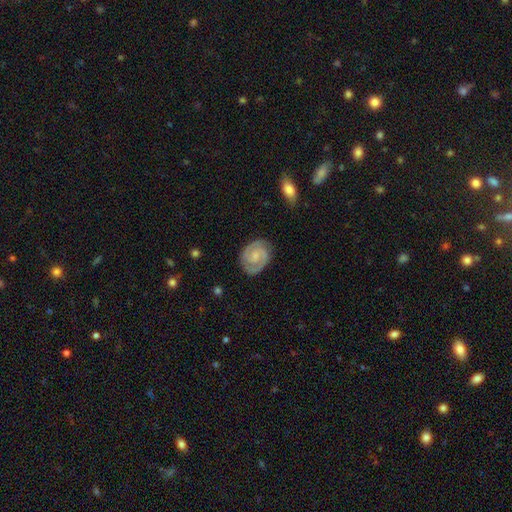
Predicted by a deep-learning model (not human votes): A featured or disk galaxy (84%) with no bar (53%), 2 (90%) tight (59%) spiral arms (97%) and a small central bulge (41%).

Vote fractions:
- Smooth or featured? featured or disk: 84% / smooth: 11% / star or artifact: 5%
- Edge-on disk? no: 98% / yes: 2%
- Bar? no: 53% / weak: 39% / strong: 8%
- Spiral arms? yes: 97% / no: 3%
- Spiral winding? tight: 59% / medium: 35% / loose: 6%
- Spiral arm count? 2: 90% / can't tell: 4% / 3: 2% / 1: 2% / 4: 1% / more than 4: 1%
- Bulge size? small: 41% / moderate: 27% / none: 27% / large: 3% / dominant: 1%
- Merging? none: 83% / minor disturbance: 13% / major disturbance: 3% / merger: 1%